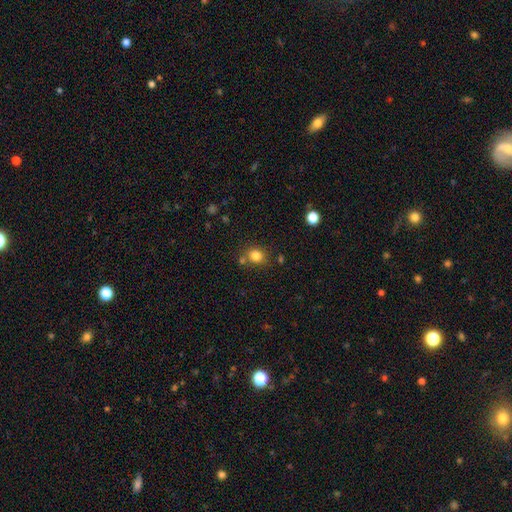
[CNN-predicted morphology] Smooth or featured?
  - smooth: 82% *
  - star or artifact: 12%
  - featured or disk: 6%
How rounded?
  - round: 75% *
  - in between: 25%
  - cigar-shaped: 1%
Merging?
  - none: 72% *
  - merger: 13%
  - minor disturbance: 11%
  - major disturbance: 4%